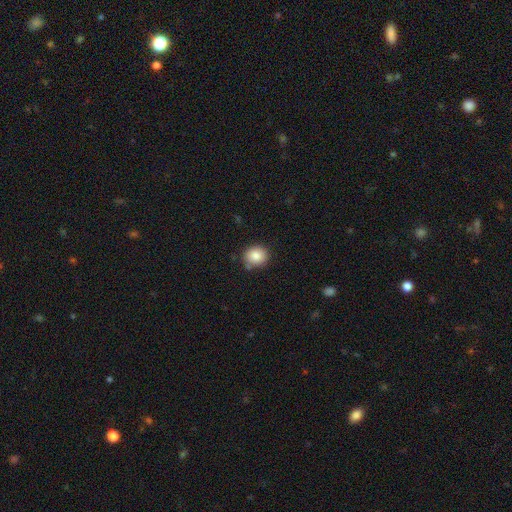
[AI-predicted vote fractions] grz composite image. It shows a smooth galaxy with no disk features (85%) that is round (81%). Merging: none (83%).